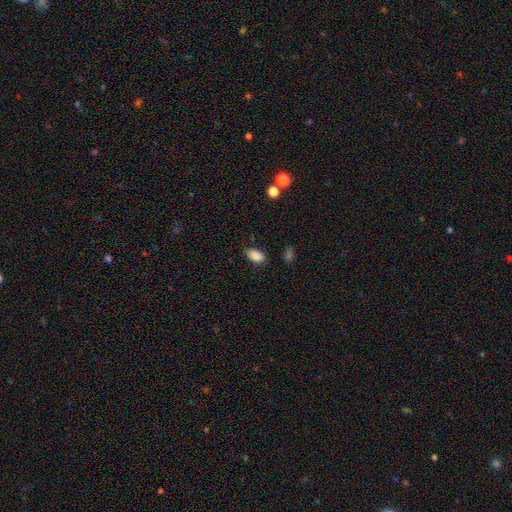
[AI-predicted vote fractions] This appears to be a smooth galaxy with no disk features (88%) that is in between round and cigar-shaped (91%). Merging: none (82%).